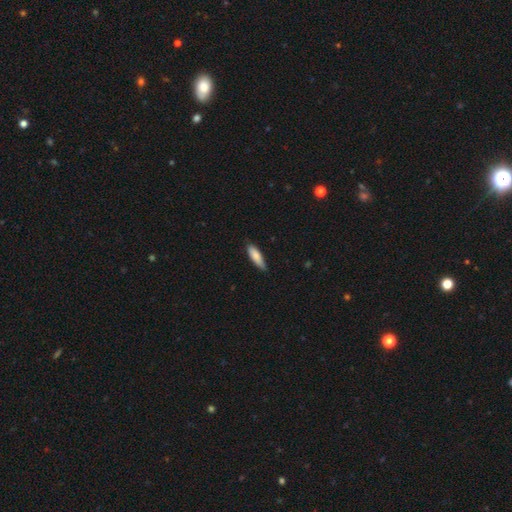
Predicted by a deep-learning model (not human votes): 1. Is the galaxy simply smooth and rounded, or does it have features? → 82% smooth, 12% featured or disk, 6% star or artifact.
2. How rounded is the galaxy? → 51% cigar-shaped, 48% in between, 2% round.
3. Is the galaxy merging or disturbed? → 78% none, 19% minor disturbance, 2% major disturbance, 1% merger.